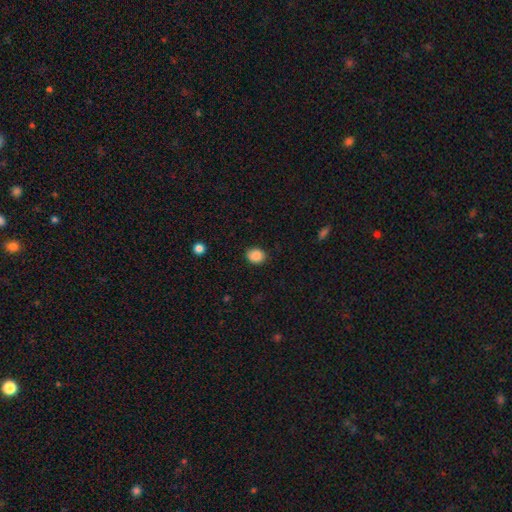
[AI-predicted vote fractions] Q: Smooth or featured?
A: smooth (88%); runner-up: star or artifact (9%)
Q: How rounded?
A: round (55%); runner-up: in between (44%)
Q: Merging?
A: none (87%); runner-up: minor disturbance (10%)